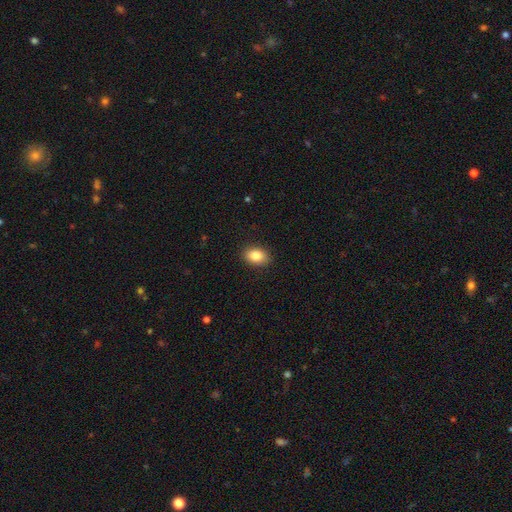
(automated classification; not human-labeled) Smooth or featured? smooth (85%)
How rounded? in between (76%)
Merging? none (89%)